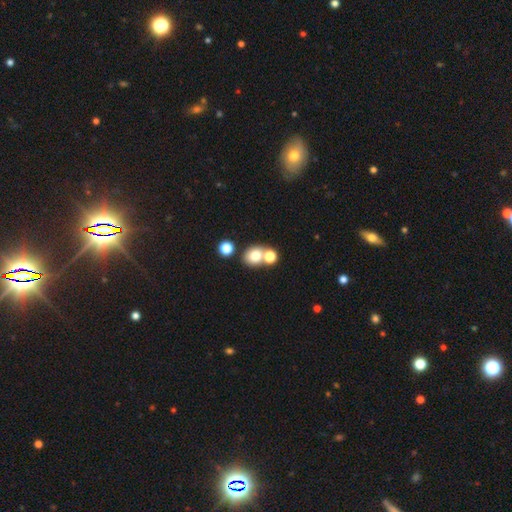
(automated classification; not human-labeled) Smooth or featured? smooth (75%)
How rounded? round (65%)
Merging? none (51%)